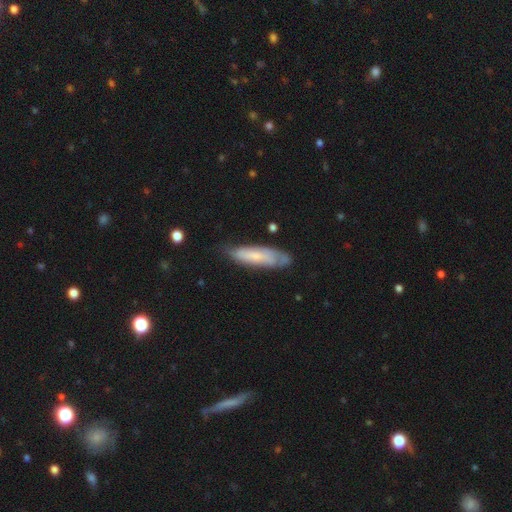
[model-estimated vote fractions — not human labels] Morphology: type=smooth (56%); roundness=cigar-shaped (64%); merging=none (64%).